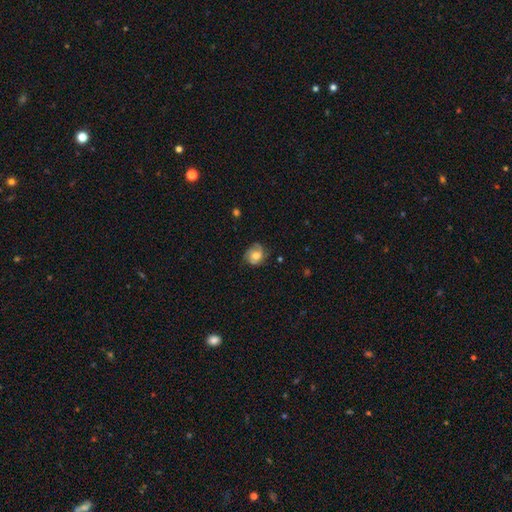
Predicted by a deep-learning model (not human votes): smooth-or-featured: smooth: 53% | featured or disk: 39% | star or artifact: 9%
  how-rounded: round: 74% | in between: 25% | cigar-shaped: 1%
  merging: none: 69% | minor disturbance: 23% | major disturbance: 7% | merger: 1%